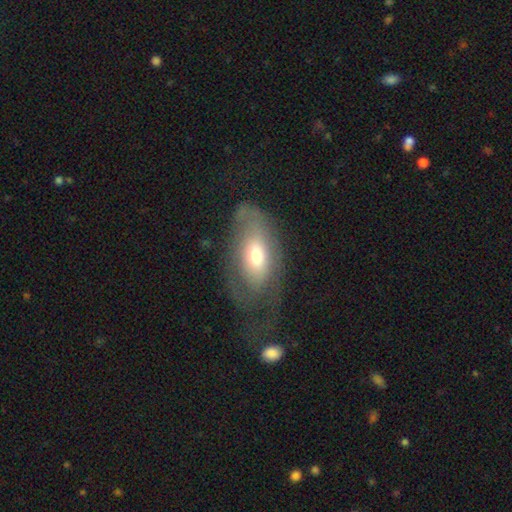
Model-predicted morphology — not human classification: The model was most divided on "merging": none: 38%, major disturbance: 34%, minor disturbance: 24%, merger: 3%. More confident: how rounded — in between (89%); smooth or featured — smooth (53%).